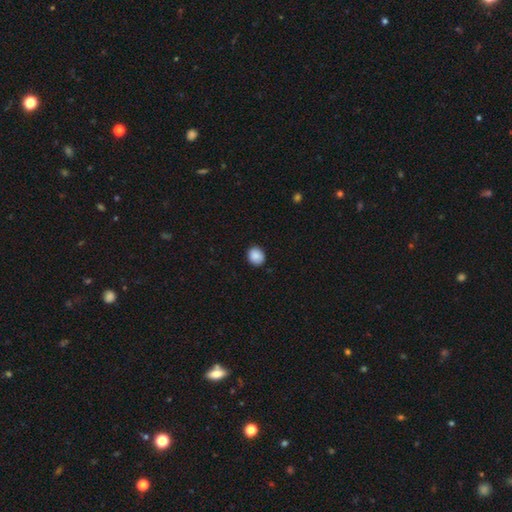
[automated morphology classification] This appears to be a smooth galaxy with no disk features (89%) that is round (70%). Merging: none (87%).